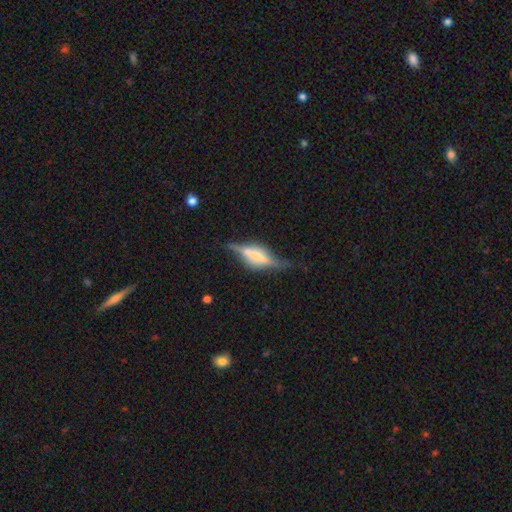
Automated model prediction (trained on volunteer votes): A featured or disk galaxy (76%) viewed edge-on (90%) with a rounded central bulge (52%).

Vote fractions:
- Smooth or featured? featured or disk: 76% / smooth: 17% / star or artifact: 7%
- Edge-on disk? yes: 90% / no: 10%
- Edge-on bulge? rounded: 52% / boxy: 39% / none: 9%
- Merging? none: 66% / minor disturbance: 20% / major disturbance: 9% / merger: 4%